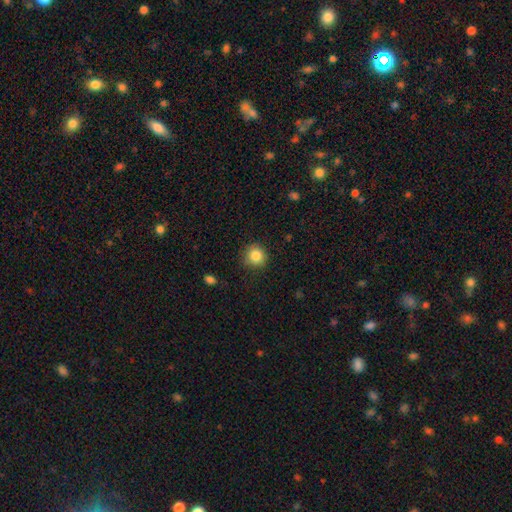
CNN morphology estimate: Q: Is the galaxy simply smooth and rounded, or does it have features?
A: smooth — 84%.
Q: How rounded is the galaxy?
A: round — 92%.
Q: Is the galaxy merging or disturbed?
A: none — 87%.